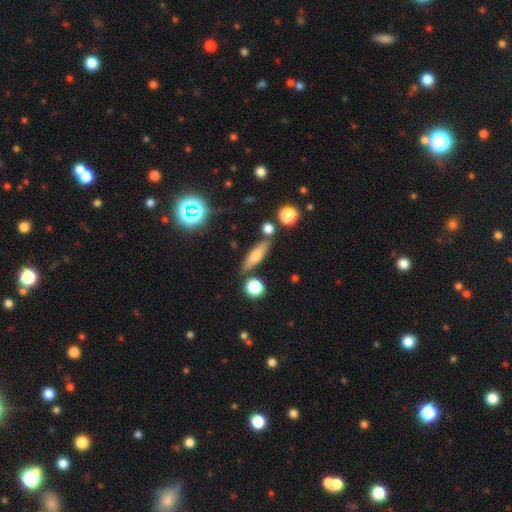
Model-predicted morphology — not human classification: Overall: smooth (57%; featured or disk 33%). How rounded: cigar-shaped (63%; in between 33%). Merging: none (78%).